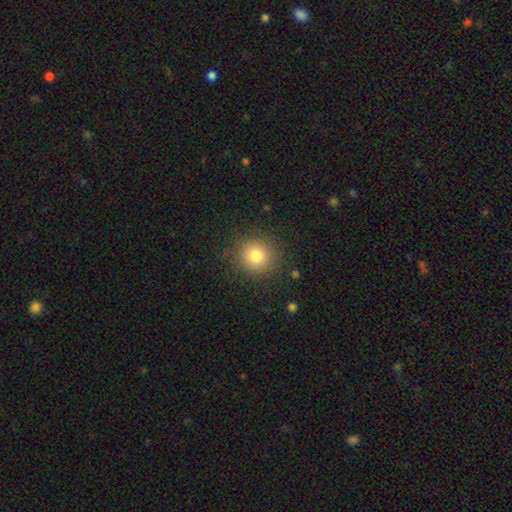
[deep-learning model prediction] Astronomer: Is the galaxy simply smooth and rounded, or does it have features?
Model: smooth — 80%.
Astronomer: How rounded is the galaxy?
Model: round — 93%.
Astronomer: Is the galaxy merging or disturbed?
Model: none — 88%.